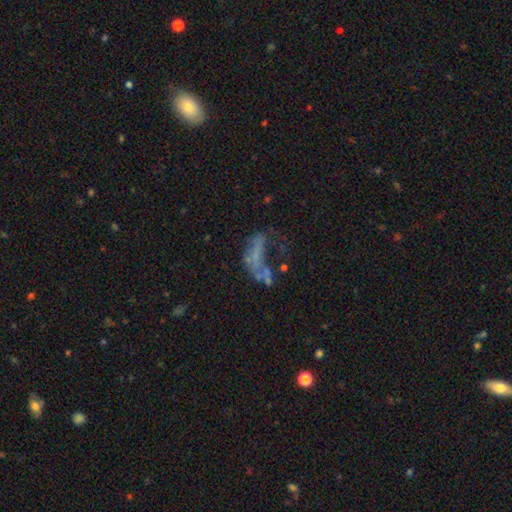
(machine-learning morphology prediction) This appears to be a featured or disk galaxy (49%). Merging: major disturbance (41%).